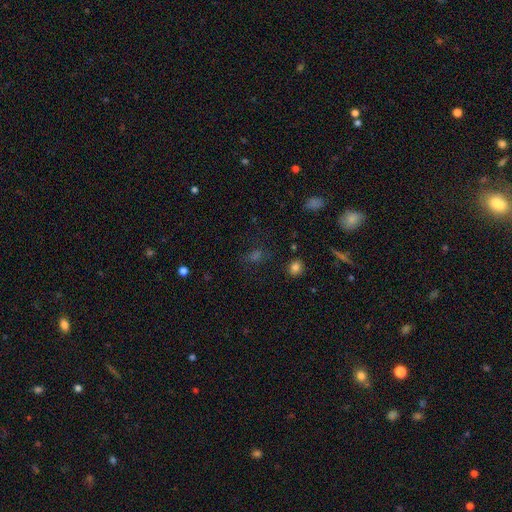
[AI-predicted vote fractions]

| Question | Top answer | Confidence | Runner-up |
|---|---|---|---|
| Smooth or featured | smooth | 44% | star or artifact (43%) |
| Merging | none | 71% | minor disturbance (15%) |